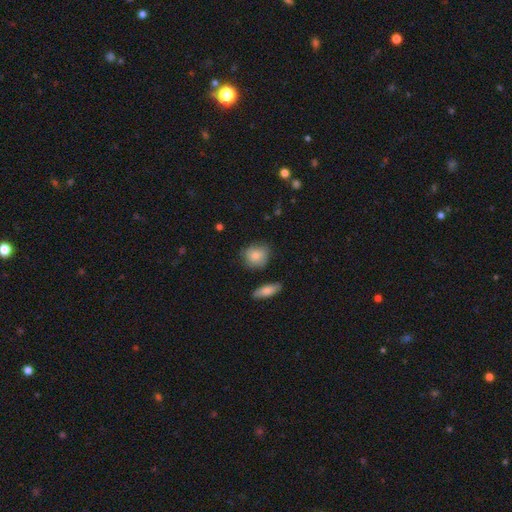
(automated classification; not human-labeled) Q: Smooth or featured?
A: smooth (80%); runner-up: featured or disk (13%)
Q: How rounded?
A: round (71%); runner-up: in between (28%)
Q: Merging?
A: none (70%); runner-up: minor disturbance (21%)